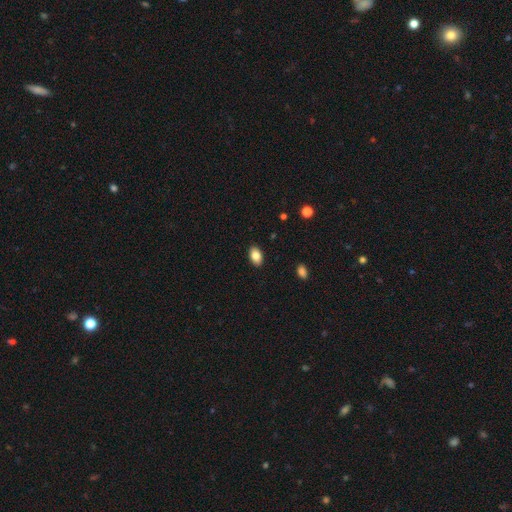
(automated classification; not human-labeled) A smooth galaxy with no disk features (84%) that is in between round and cigar-shaped (90%). Merging: none (89%).